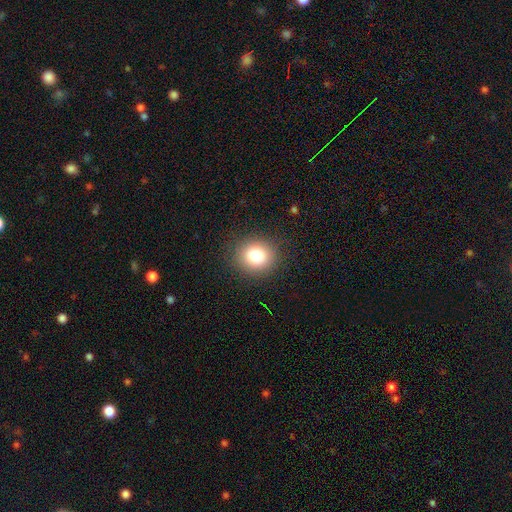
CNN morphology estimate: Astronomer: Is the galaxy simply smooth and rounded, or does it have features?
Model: smooth — 82%.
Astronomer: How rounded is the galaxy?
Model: round — 79%.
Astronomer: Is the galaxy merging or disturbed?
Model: none — 88%.